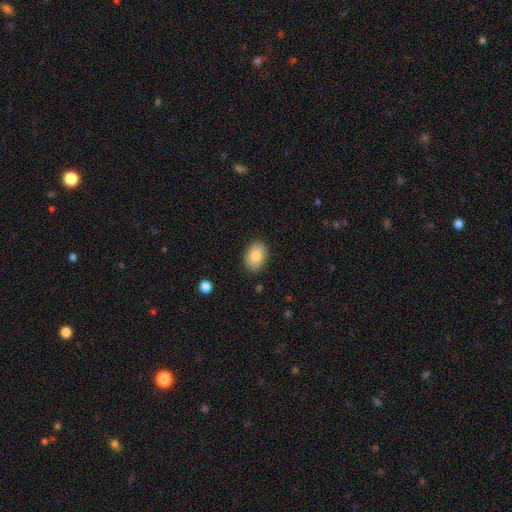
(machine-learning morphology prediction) A smooth galaxy with no disk features (85%) that is in between round and cigar-shaped (83%). Merging: none (86%).